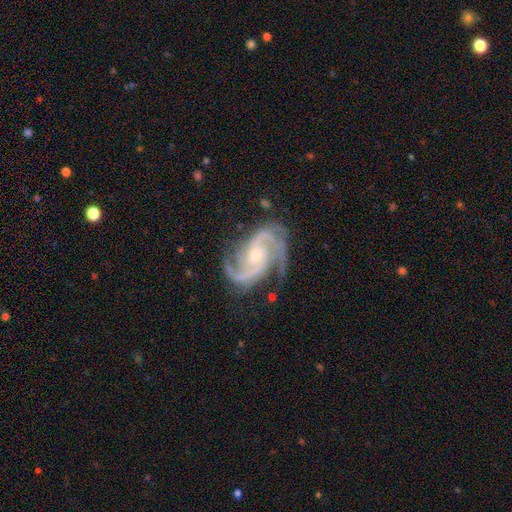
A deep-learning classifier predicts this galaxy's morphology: This appears to be a featured or disk galaxy (93%) with no bar (54%), 2 (68%) medium (59%) spiral arms (99%) and a small central bulge (56%). Merging: none (72%).